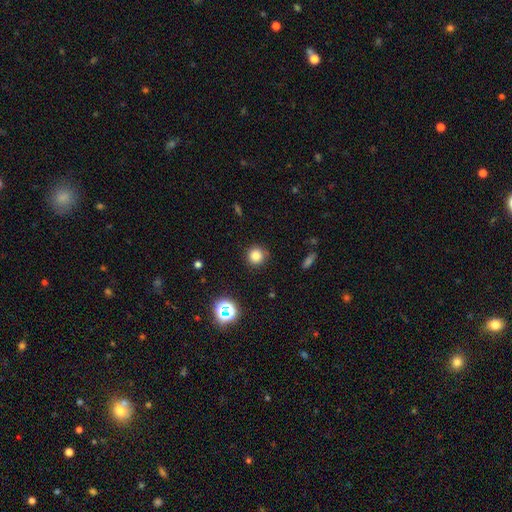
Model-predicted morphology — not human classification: Overall: smooth (81%). How rounded: round (94%). Merging: none (89%).